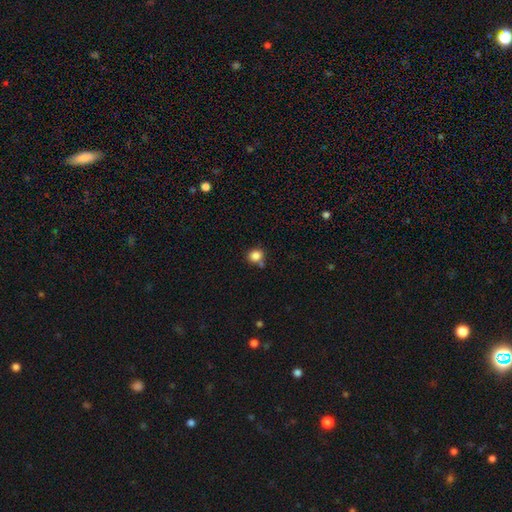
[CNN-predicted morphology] Smooth or featured? smooth (84%)
How rounded? round (83%)
Merging? none (68%)